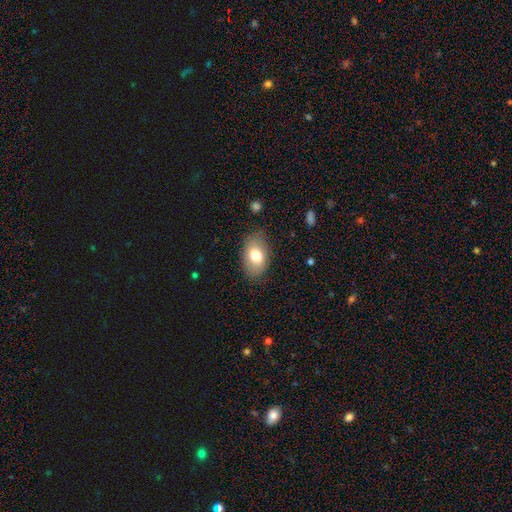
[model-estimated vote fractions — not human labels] smooth_or_featured: smooth (p=0.75) [alt: featured or disk p=0.18]
how_rounded: in between (p=0.87) [alt: round p=0.11]
merging: none (p=0.81) [alt: minor disturbance p=0.14]